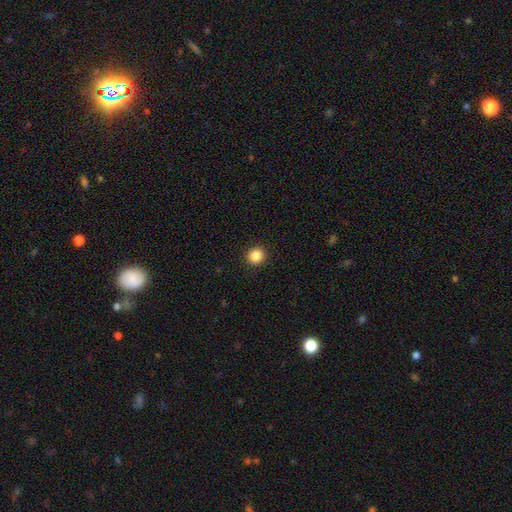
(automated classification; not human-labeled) Smooth or featured?
  - smooth: 86% *
  - star or artifact: 11%
  - featured or disk: 4%
How rounded?
  - round: 92% *
  - in between: 7%
  - cigar-shaped: 1%
Merging?
  - none: 93% *
  - minor disturbance: 5%
  - major disturbance: 2%
  - merger: 1%